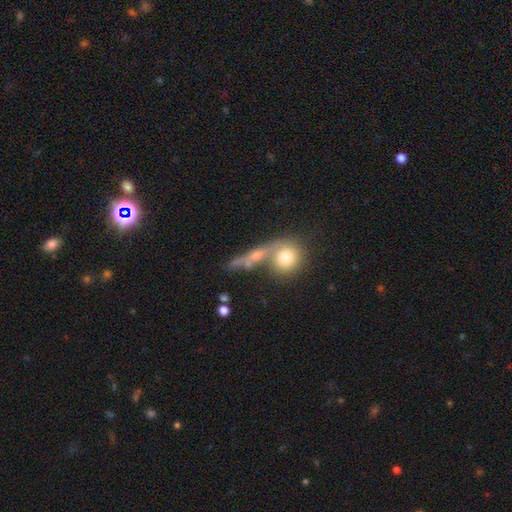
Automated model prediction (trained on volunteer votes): Smooth or featured? smooth (49%)
Merging? none (42%)